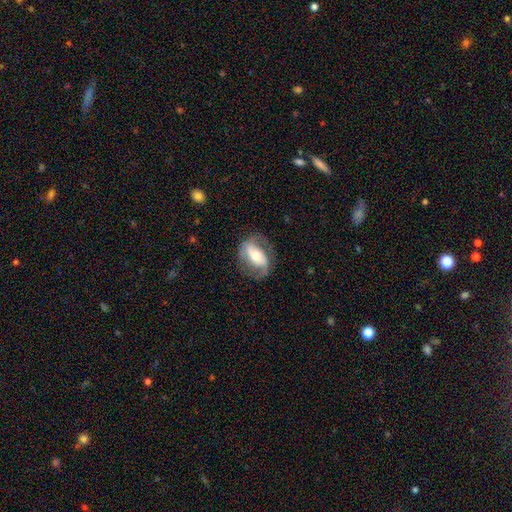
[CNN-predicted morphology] Smooth or featured?
  - featured or disk: 71% *
  - smooth: 23%
  - star or artifact: 6%
Edge-on disk?
  - no: 93% *
  - yes: 7%
Bar?
  - strong: 47% *
  - weak: 27%
  - no: 26%
Spiral arms?
  - yes: 78% *
  - no: 22%
Spiral winding?
  - medium: 43% *
  - loose: 29%
  - tight: 28%
Spiral arm count?
  - 2: 83% *
  - can't tell: 9%
  - 1: 5%
  - 3: 1%
  - 4: 1%
  - more than 4: 1%
Bulge size?
  - moderate: 60% *
  - small: 28%
  - large: 10%
  - dominant: 2%
  - none: 1%
Merging?
  - none: 72% *
  - minor disturbance: 16%
  - major disturbance: 10%
  - merger: 1%